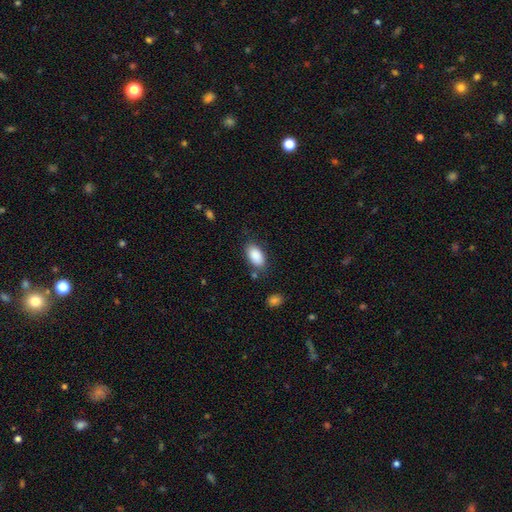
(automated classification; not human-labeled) smooth-or-featured: smooth: 89% | star or artifact: 6% | featured or disk: 4%
  how-rounded: in between: 94% | round: 4% | cigar-shaped: 2%
  merging: none: 78% | minor disturbance: 14% | major disturbance: 4% | merger: 4%